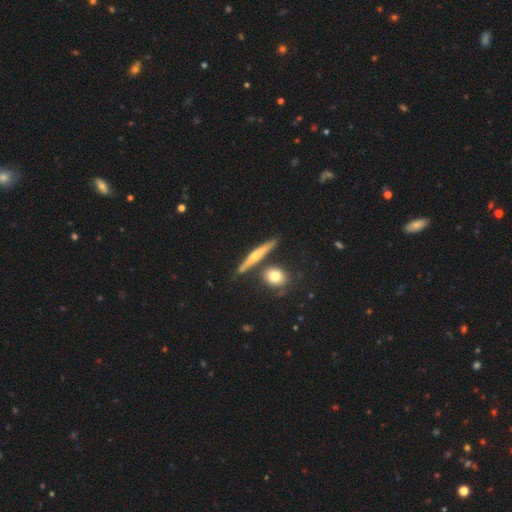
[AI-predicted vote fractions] smooth-or-featured: featured or disk: 65% | smooth: 29% | star or artifact: 7%
  disk-edge-on: yes: 95% | no: 5%
    edge-on-bulge: rounded: 83% | none: 13% | boxy: 4%
  merging: none: 79% | minor disturbance: 10% | merger: 9% | major disturbance: 2%